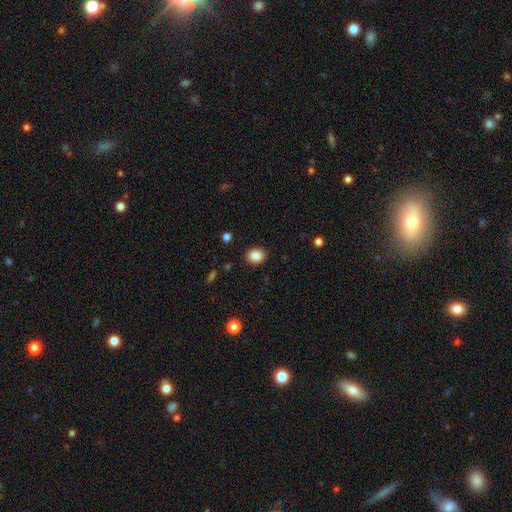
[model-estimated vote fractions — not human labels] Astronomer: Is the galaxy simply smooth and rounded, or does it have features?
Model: smooth — 87%.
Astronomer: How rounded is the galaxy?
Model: round — 55% (runner-up: in between, 44%).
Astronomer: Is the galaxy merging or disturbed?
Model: none — 89%.